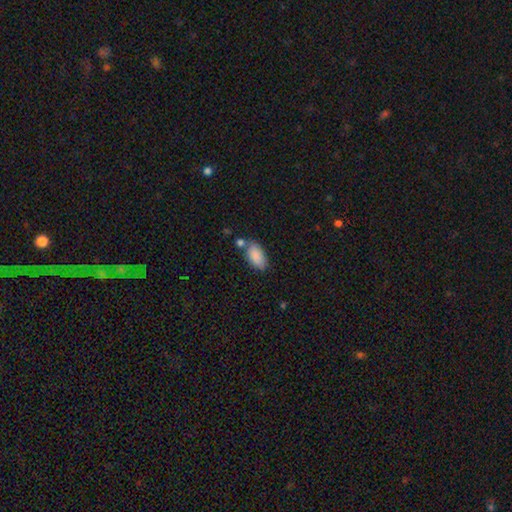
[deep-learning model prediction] This appears to be a smooth galaxy with no disk features (88%) that is in between round and cigar-shaped (94%). Merging: none (61%).